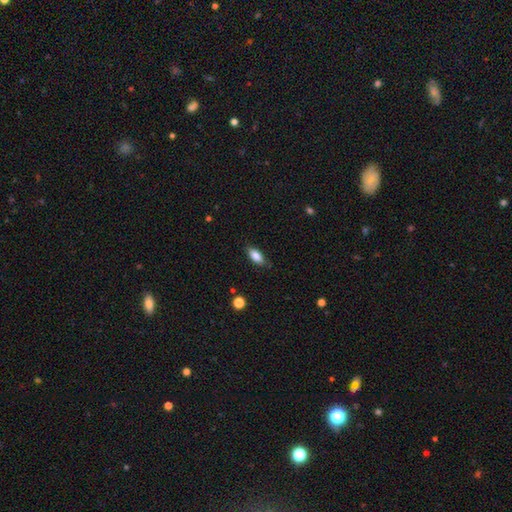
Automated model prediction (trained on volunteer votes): This is clearly a smooth galaxy (85%). How rounded: clearly in between (85%). Merging: clearly none (82%).